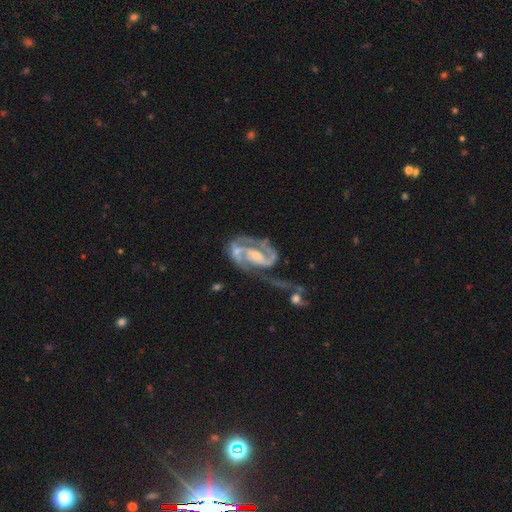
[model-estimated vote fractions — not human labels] A featured or disk galaxy (90%) with a weak bar (44%), 2 (80%) medium (50%) spiral arms (96%) and a small central bulge (47%).

Vote fractions:
- Smooth or featured? featured or disk: 90% / smooth: 5% / star or artifact: 5%
- Edge-on disk? no: 98% / yes: 2%
- Bar? weak: 44% / no: 31% / strong: 25%
- Spiral arms? yes: 96% / no: 4%
- Spiral winding? medium: 50% / tight: 34% / loose: 17%
- Spiral arm count? 2: 80% / 1: 8% / can't tell: 6% / 3: 4% / 4: 2% / more than 4: 2%
- Bulge size? small: 47% / moderate: 37% / none: 11% / large: 5% / dominant: 1%
- Merging? none: 31% / major disturbance: 30% / merger: 20% / minor disturbance: 18%